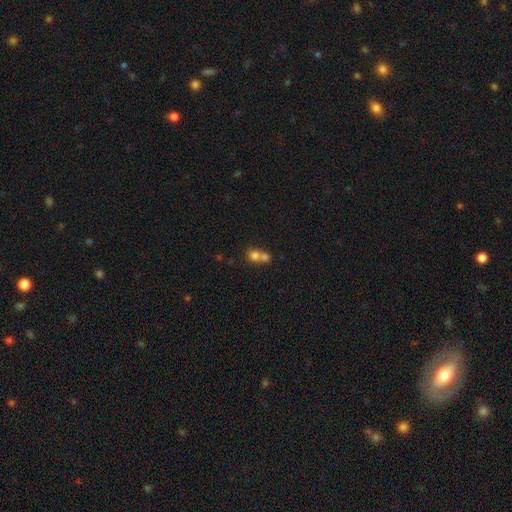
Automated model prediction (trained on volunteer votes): Smooth or featured: smooth — 74% (featured or disk — 15%)
How rounded: round — 76% (in between — 23%)
Merging: merger — 67% (none — 26%)